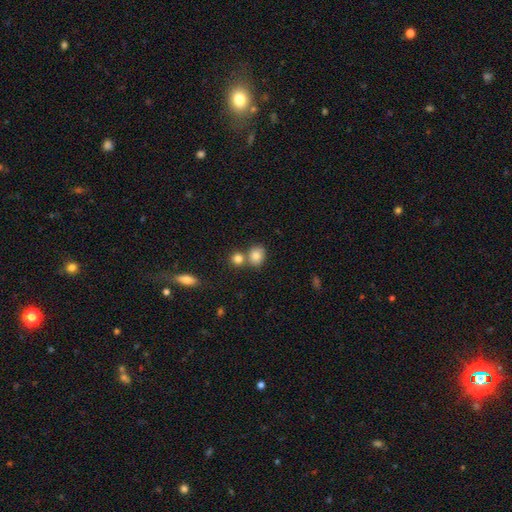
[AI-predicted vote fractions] Q: Smooth or featured?
A: smooth (82%); runner-up: star or artifact (10%)
Q: How rounded?
A: round (60%); runner-up: in between (39%)
Q: Merging?
A: none (56%); runner-up: merger (31%)